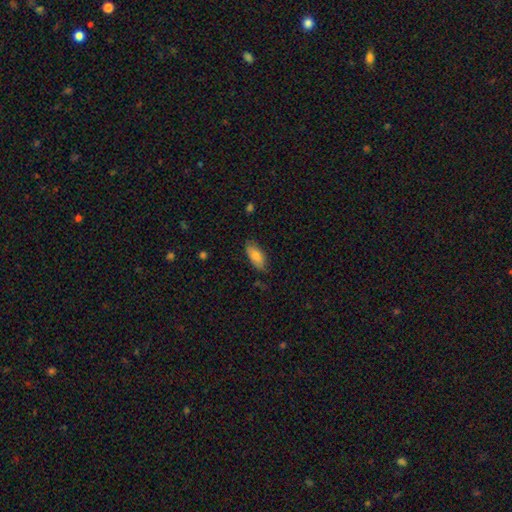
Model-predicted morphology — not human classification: Smooth or featured: smooth — 78% (featured or disk — 16%)
How rounded: in between — 86% (cigar-shaped — 11%)
Merging: none — 78% (minor disturbance — 17%)